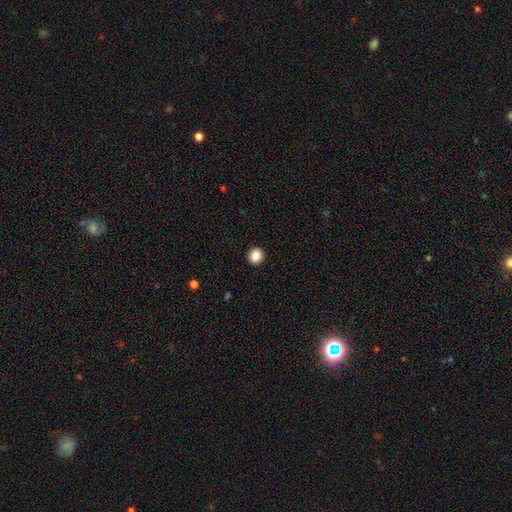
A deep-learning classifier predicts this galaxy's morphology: smooth 87%, star or artifact 9%, featured or disk 3%. Down the decision tree: how rounded — round (89%); merging — none (93%).